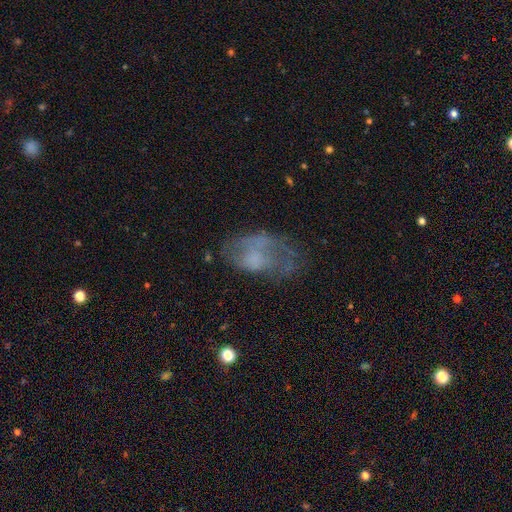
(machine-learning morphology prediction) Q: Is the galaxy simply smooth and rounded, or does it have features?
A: featured or disk — 45%.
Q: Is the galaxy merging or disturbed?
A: major disturbance — 36%.